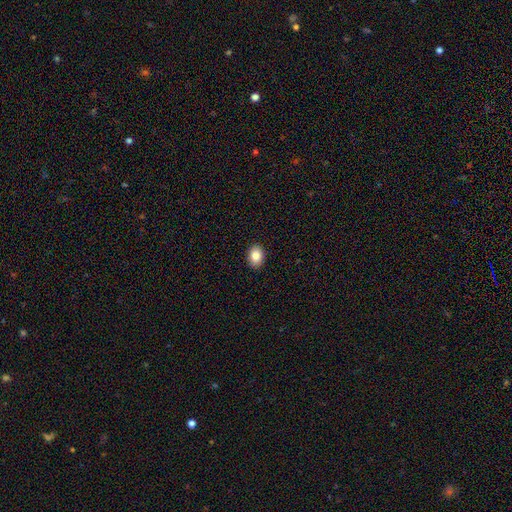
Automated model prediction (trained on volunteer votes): Smooth or featured? smooth (87%)
How rounded? in between (72%)
Merging? none (91%)